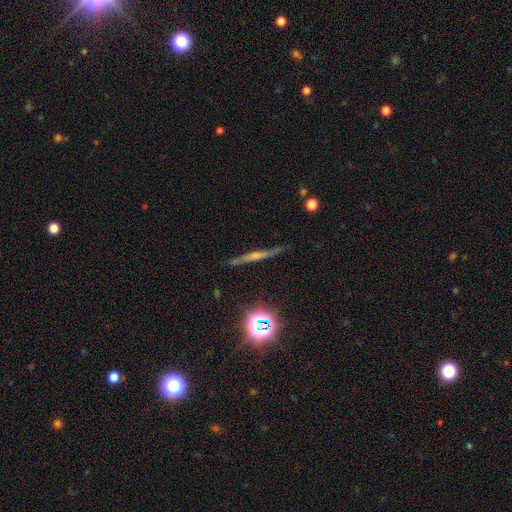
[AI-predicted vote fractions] This is likely a featured or disk galaxy (60%). It is clearly viewed edge-on (94%). Edge-on bulge: likely rounded (68%). Merging: clearly none (88%).